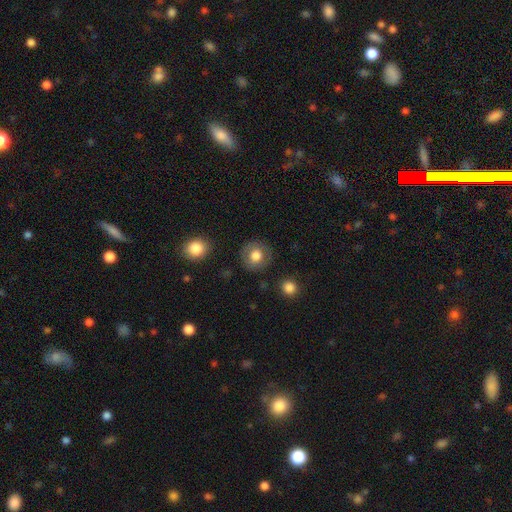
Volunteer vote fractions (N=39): Q: Smooth or featured?
A: smooth (69%); runner-up: featured or disk (26%)
Q: How rounded?
A: round (100%)
Q: Merging?
A: none (78%); runner-up: minor disturbance (11%)